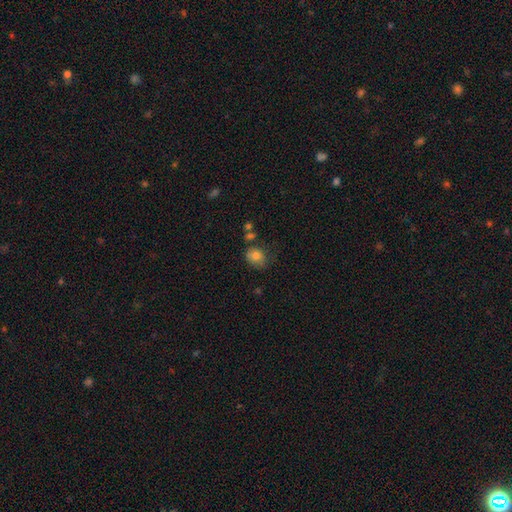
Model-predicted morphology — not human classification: Smooth or featured?
  - smooth: 79% *
  - star or artifact: 11%
  - featured or disk: 10%
How rounded?
  - round: 56% *
  - in between: 43%
  - cigar-shaped: 1%
Merging?
  - none: 58% *
  - minor disturbance: 26%
  - major disturbance: 8%
  - merger: 8%